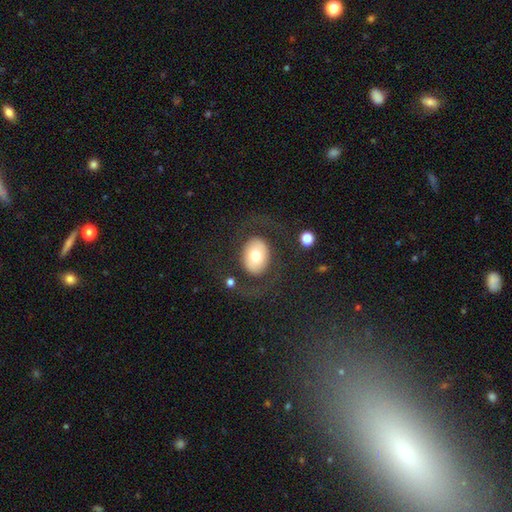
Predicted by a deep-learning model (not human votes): A smooth galaxy with no disk features (60%) that is in between round and cigar-shaped (69%).

Vote fractions:
- Smooth or featured? smooth: 60% / featured or disk: 33% / star or artifact: 7%
- How rounded? in between: 69% / round: 30% / cigar-shaped: 1%
- Merging? none: 75% / major disturbance: 12% / minor disturbance: 11% / merger: 2%